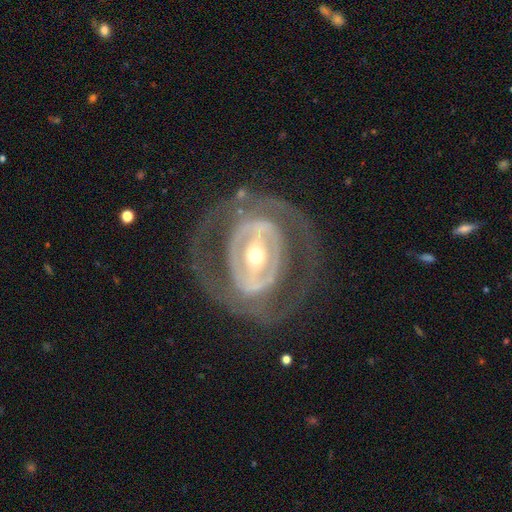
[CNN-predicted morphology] Smooth or featured: featured or disk — 84% (smooth — 11%)
Edge-on disk: no — 95% (yes — 5%)
Bar: strong — 50% (weak — 28%)
Spiral arms: yes — 54% (no — 46%)
Bulge size: moderate — 58% (small — 34%)
Merging: none — 69% (major disturbance — 17%)